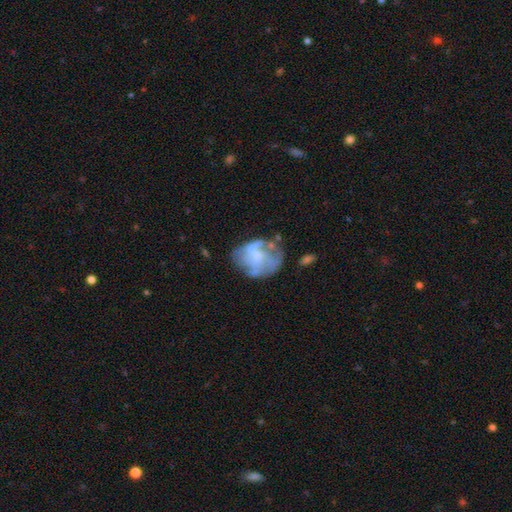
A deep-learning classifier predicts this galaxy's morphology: featured or disk 67%, smooth 24%, star or artifact 9%. Down the decision tree: edge-on disk — no (98%); bar — no (68%); spiral arms — yes (59%); bulge size — small (45%); merging — none (50%).